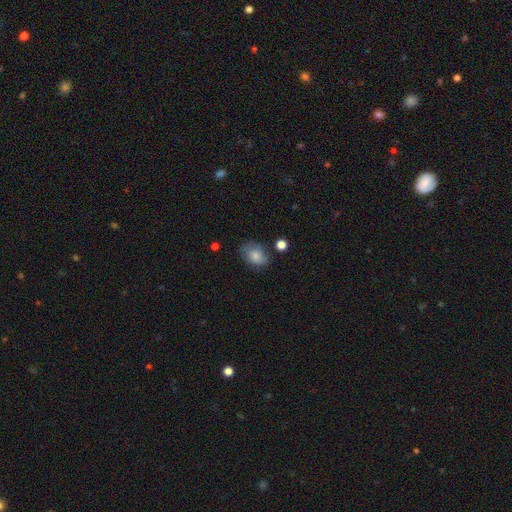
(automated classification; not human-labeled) The model was most divided on "merging": none: 67%, minor disturbance: 23%, major disturbance: 6%, merger: 4%. More confident: smooth or featured — smooth (82%); how rounded — in between (76%).